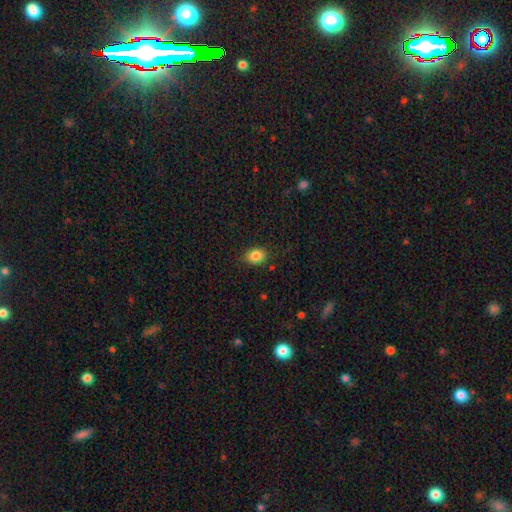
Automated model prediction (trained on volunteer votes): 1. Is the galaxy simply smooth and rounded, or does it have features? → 85% smooth, 10% star or artifact, 5% featured or disk.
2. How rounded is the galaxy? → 61% in between, 38% round, 1% cigar-shaped.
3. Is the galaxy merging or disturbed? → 87% none, 10% minor disturbance, 2% major disturbance, 1% merger.